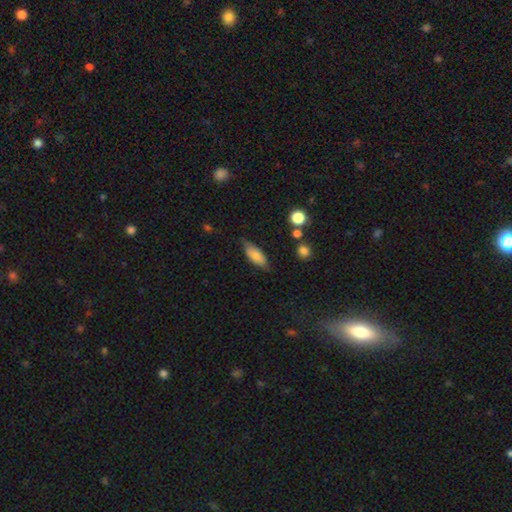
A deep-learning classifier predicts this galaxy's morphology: Q: Smooth or featured?
A: smooth (74%); runner-up: featured or disk (19%)
Q: How rounded?
A: in between (78%); runner-up: cigar-shaped (20%)
Q: Merging?
A: none (68%); runner-up: minor disturbance (25%)